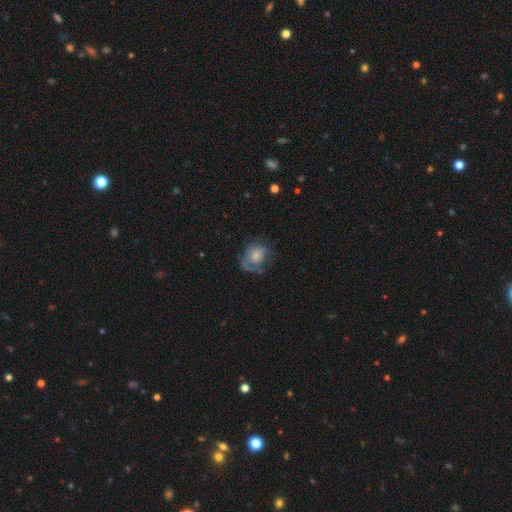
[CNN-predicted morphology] A smooth galaxy with no disk features (53%) that is in between round and cigar-shaped (50%).

Vote fractions:
- Smooth or featured? smooth: 53% / featured or disk: 38% / star or artifact: 10%
- How rounded? in between: 50% / round: 49% / cigar-shaped: 1%
- Merging? none: 43% / major disturbance: 28% / minor disturbance: 26% / merger: 3%